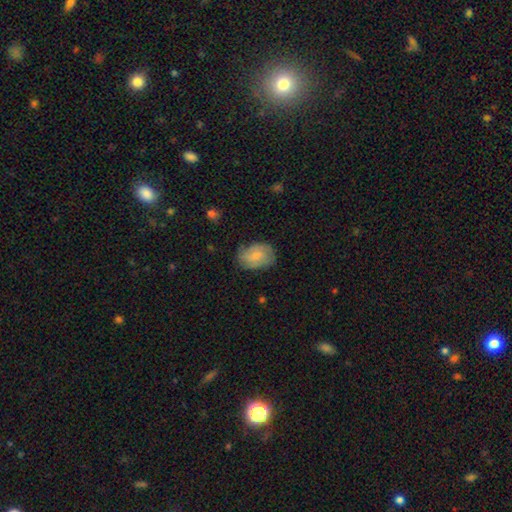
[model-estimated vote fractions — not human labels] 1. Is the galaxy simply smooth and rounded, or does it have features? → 51% smooth, 43% featured or disk, 7% star or artifact.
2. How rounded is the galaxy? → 76% in between, 23% round, 1% cigar-shaped.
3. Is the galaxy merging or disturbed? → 71% none, 22% minor disturbance, 6% major disturbance, 1% merger.